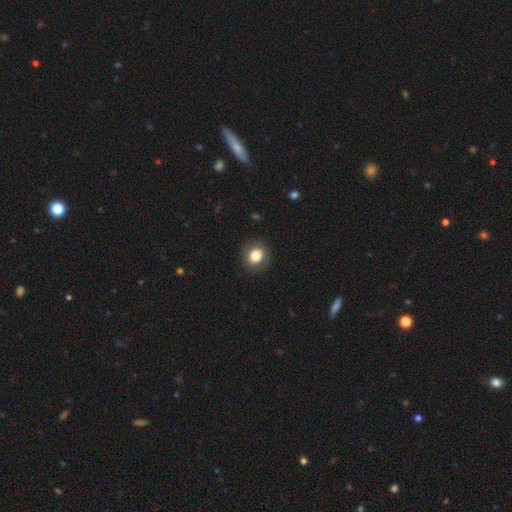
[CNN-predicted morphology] Smooth or featured? Predicted: smooth (p=0.82). How rounded? Predicted: round (p=0.78). Merging? Predicted: none (p=0.88).